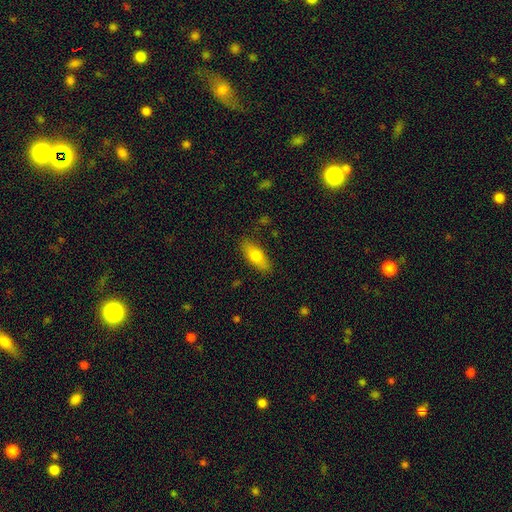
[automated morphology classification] Smooth or featured: smooth — 72% (featured or disk — 21%)
How rounded: in between — 71% (cigar-shaped — 26%)
Merging: none — 85% (minor disturbance — 11%)